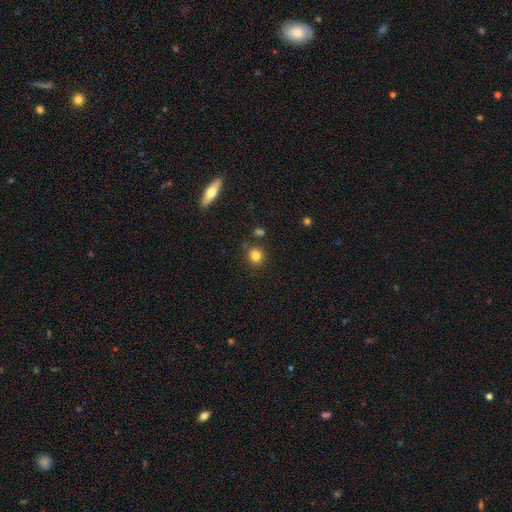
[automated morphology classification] A smooth galaxy with no disk features (83%) that is round (80%). Merging: none (84%).